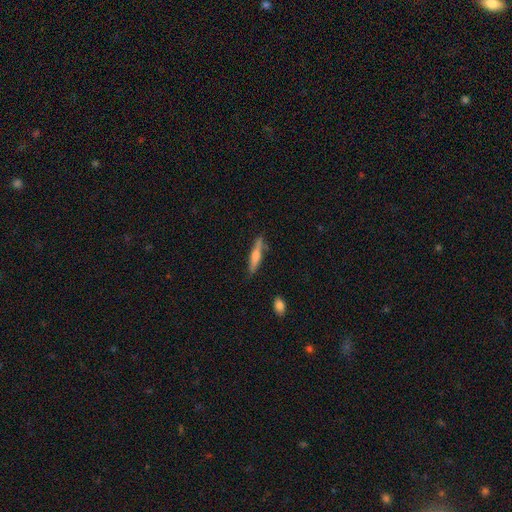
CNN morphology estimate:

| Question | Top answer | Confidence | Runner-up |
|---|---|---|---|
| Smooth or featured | smooth | 60% | featured or disk (35%) |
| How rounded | cigar-shaped | 86% | in between (12%) |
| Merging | none | 80% | minor disturbance (14%) |